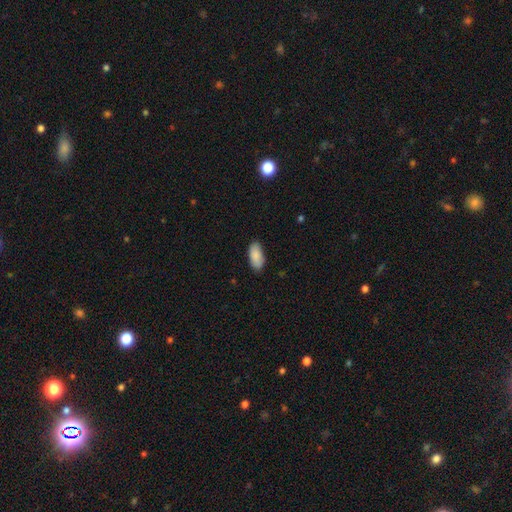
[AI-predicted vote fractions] Morphology: type=smooth (88%); roundness=in between (92%); merging=none (85%).